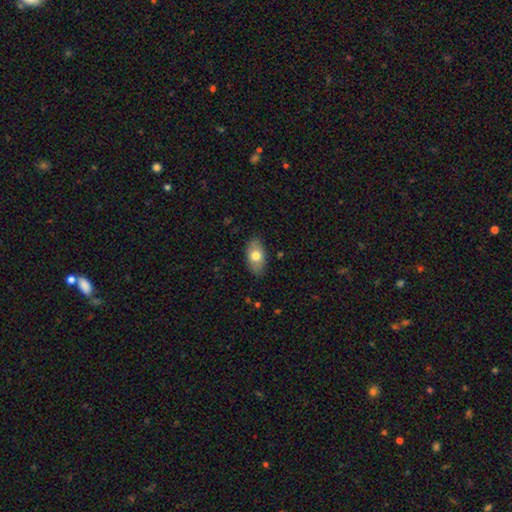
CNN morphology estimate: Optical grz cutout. It shows a smooth galaxy with no disk features (73%) that is in between round and cigar-shaped (92%). Merging: none (85%).